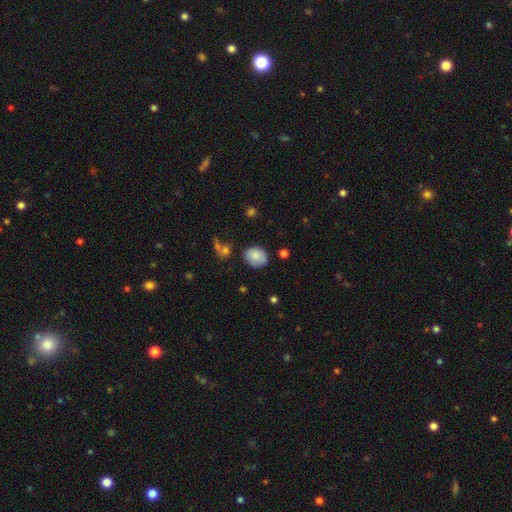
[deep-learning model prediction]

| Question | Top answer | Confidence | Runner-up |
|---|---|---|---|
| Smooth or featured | smooth | 80% | featured or disk (12%) |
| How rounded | in between | 53% | round (46%) |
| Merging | none | 68% | minor disturbance (23%) |